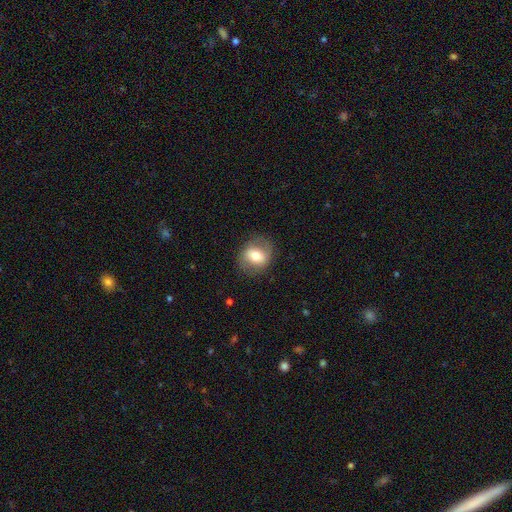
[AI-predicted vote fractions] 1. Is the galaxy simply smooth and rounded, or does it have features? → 58% smooth, 34% featured or disk, 8% star or artifact.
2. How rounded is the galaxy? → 61% round, 37% in between, 1% cigar-shaped.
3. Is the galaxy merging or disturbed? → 80% none, 13% minor disturbance, 6% major disturbance, 1% merger.